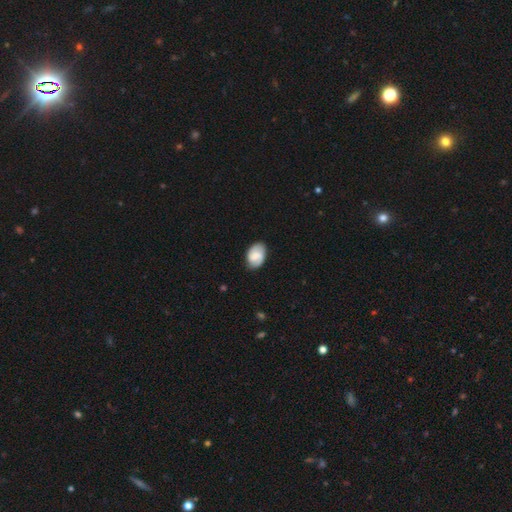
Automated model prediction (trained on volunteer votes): A featured or disk galaxy (50%). Merging: none (78%).